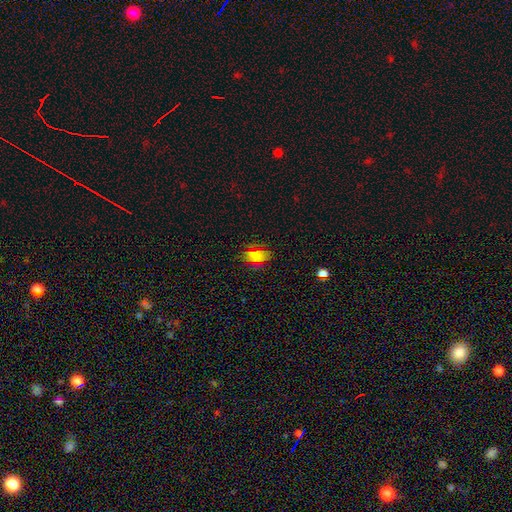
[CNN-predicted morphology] type=smooth (66%); roundness=in between (74%); merging=none (77%).